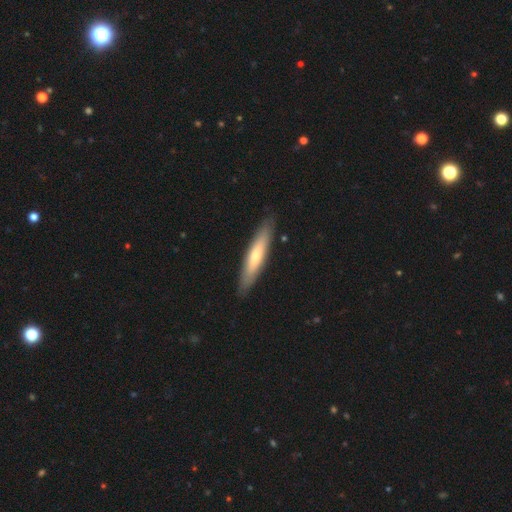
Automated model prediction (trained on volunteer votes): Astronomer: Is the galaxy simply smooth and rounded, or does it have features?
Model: smooth — 58% (runner-up: featured or disk, 36%).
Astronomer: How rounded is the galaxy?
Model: cigar-shaped — 85%.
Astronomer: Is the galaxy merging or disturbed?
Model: none — 88%.